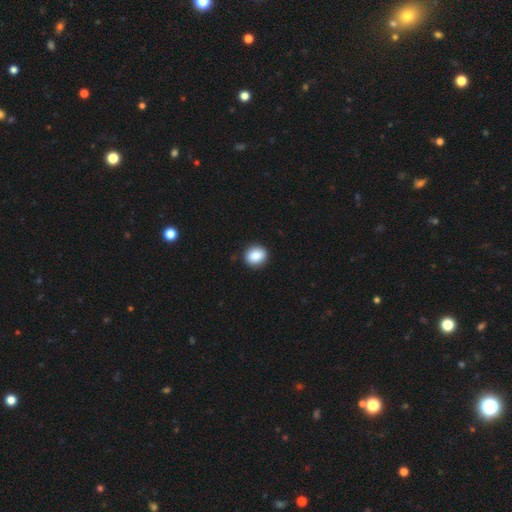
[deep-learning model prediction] smooth-or-featured: smooth: 88% | star or artifact: 8% | featured or disk: 4%
  how-rounded: round: 68% | in between: 31% | cigar-shaped: 1%
  merging: none: 90% | minor disturbance: 8% | major disturbance: 2% | merger: 1%